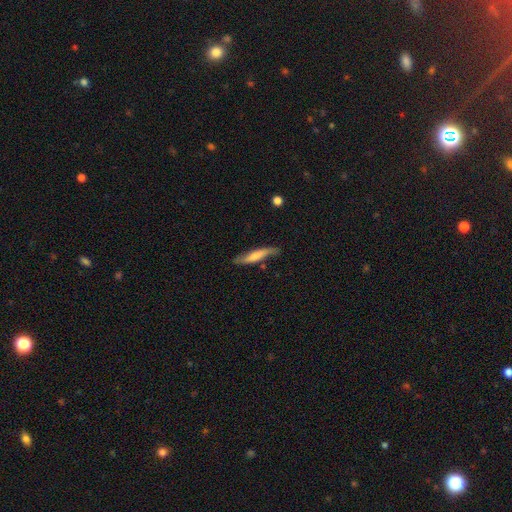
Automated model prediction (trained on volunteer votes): The model was most divided on "smooth or featured": smooth: 53%, featured or disk: 41%, star or artifact: 6%. More confident: how rounded — cigar-shaped (84%); merging — none (67%).